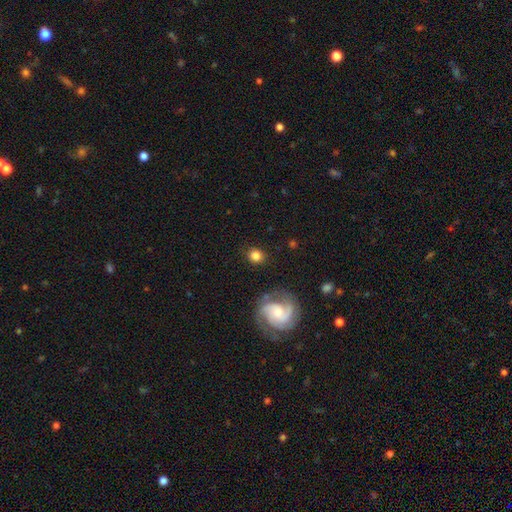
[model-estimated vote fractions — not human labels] Smooth or featured? smooth (75%)
How rounded? round (82%)
Merging? none (85%)